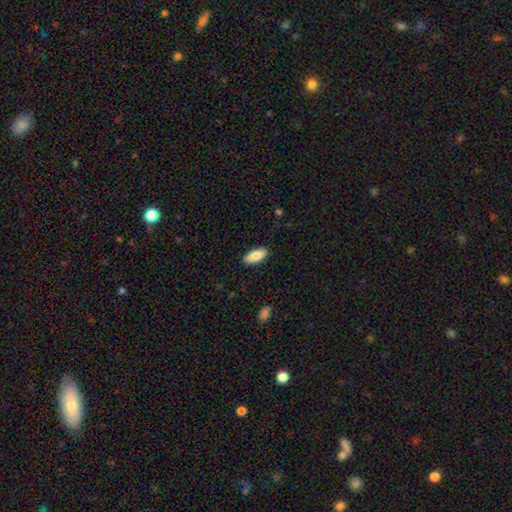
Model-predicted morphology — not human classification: This is clearly a smooth galaxy (81%). How rounded: clearly in between (81%). Merging: clearly none (89%).